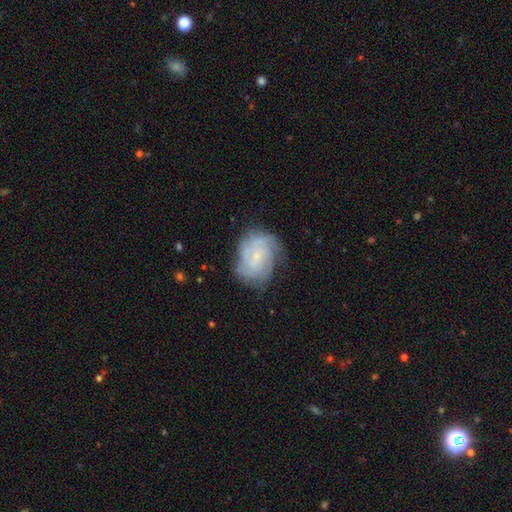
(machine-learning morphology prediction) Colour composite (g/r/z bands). It shows a featured or disk galaxy (68%) with no bar (58%), tight (56%) spiral arms (89%) and a small central bulge (69%). Merging: none (66%).